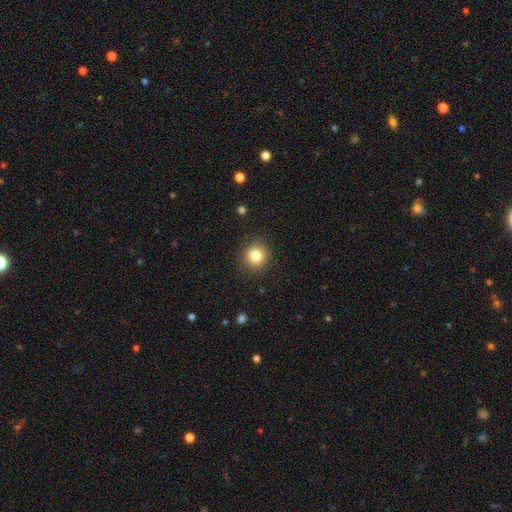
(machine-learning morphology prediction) This is clearly a smooth galaxy (82%). How rounded: clearly round (91%). Merging: clearly none (90%).